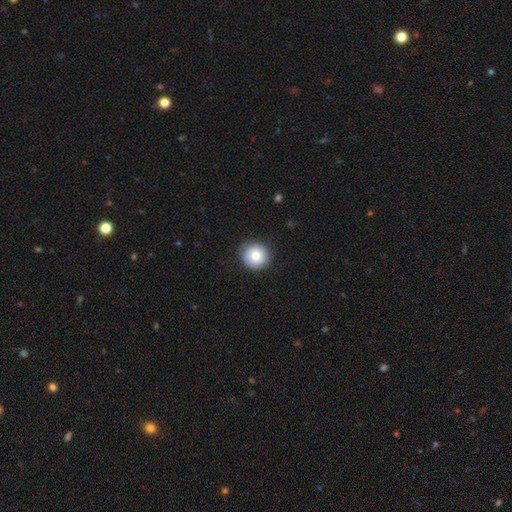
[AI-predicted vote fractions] smooth_or_featured: smooth (p=0.77) [alt: featured or disk p=0.15]
how_rounded: round (p=0.95) [alt: in between p=0.04]
merging: none (p=0.88) [alt: minor disturbance p=0.09]